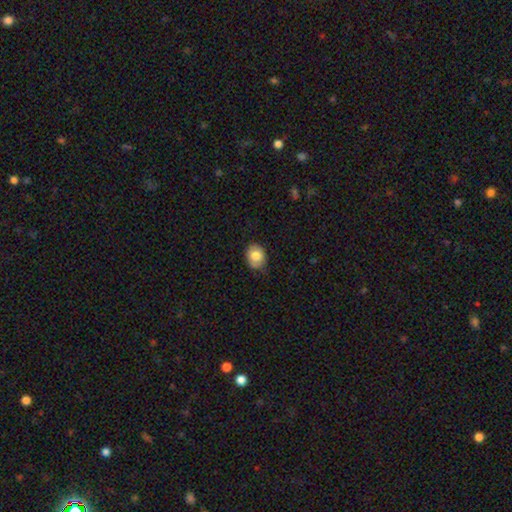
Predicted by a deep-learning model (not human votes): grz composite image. It shows a smooth galaxy with no disk features (78%) that is round (54%). Merging: none (75%).